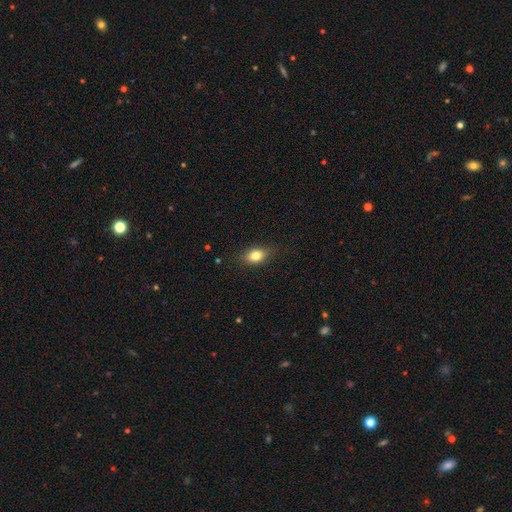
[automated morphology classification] Q: Smooth or featured?
A: smooth (79%); runner-up: featured or disk (11%)
Q: How rounded?
A: in between (76%); runner-up: round (20%)
Q: Merging?
A: none (82%); runner-up: minor disturbance (14%)